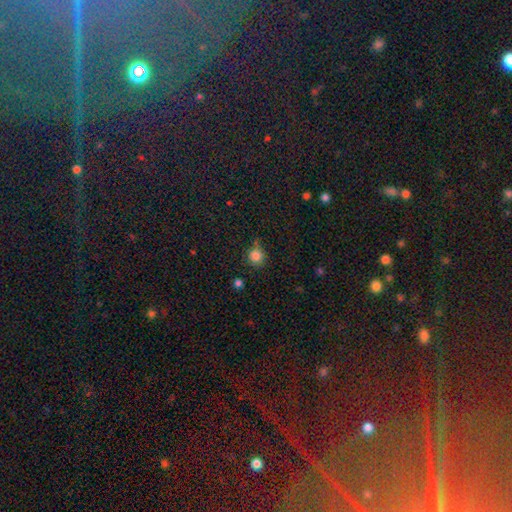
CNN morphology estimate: Smooth or featured?
  - smooth: 83% *
  - star or artifact: 12%
  - featured or disk: 5%
How rounded?
  - round: 92% *
  - in between: 7%
  - cigar-shaped: 1%
Merging?
  - none: 72% *
  - minor disturbance: 18%
  - merger: 6%
  - major disturbance: 5%